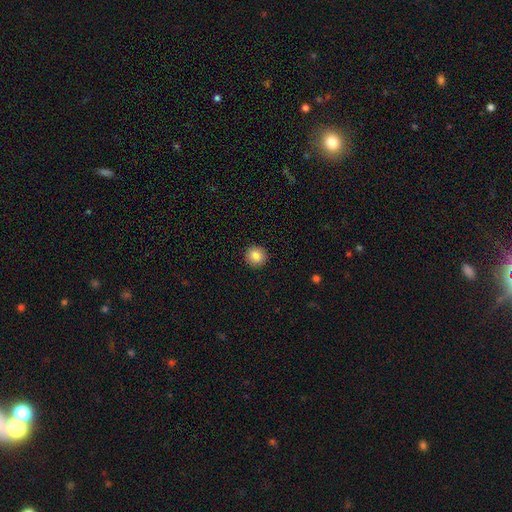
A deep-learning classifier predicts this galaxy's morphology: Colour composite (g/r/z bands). It shows a smooth galaxy with no disk features (85%) that is round (94%). Merging: none (93%).